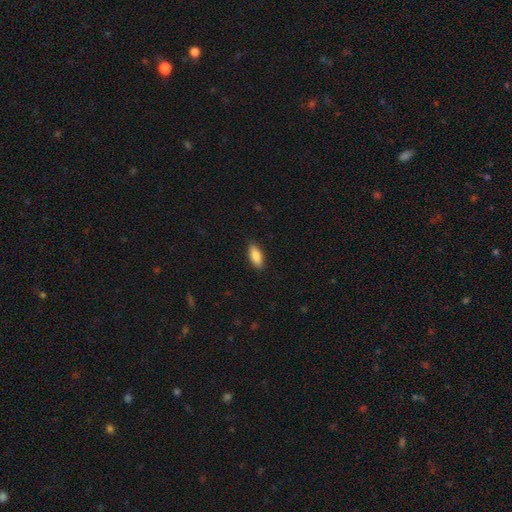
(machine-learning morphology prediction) Q: Smooth or featured?
A: smooth (88%); runner-up: star or artifact (6%)
Q: How rounded?
A: in between (83%); runner-up: cigar-shaped (15%)
Q: Merging?
A: none (88%); runner-up: minor disturbance (9%)